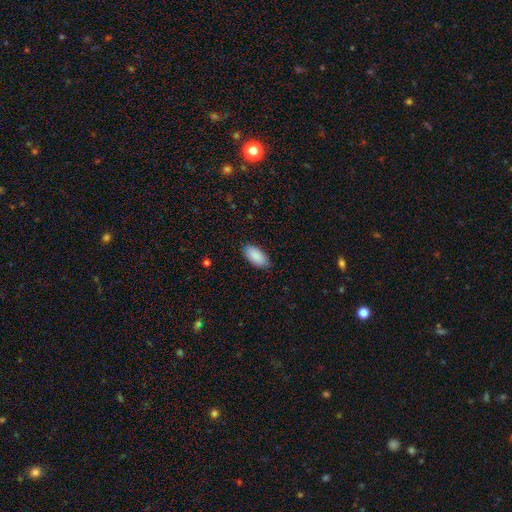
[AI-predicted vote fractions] smooth 90%, star or artifact 6%, featured or disk 4%. Down the decision tree: how rounded — in between (93%); merging — none (84%).